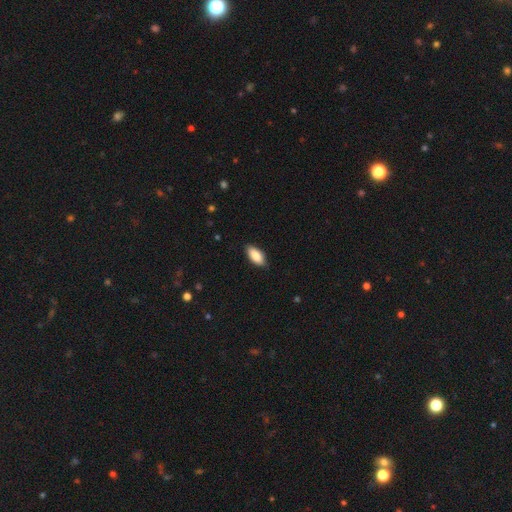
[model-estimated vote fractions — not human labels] Smooth or featured?
  - smooth: 88% *
  - featured or disk: 6%
  - star or artifact: 6%
How rounded?
  - in between: 88% *
  - cigar-shaped: 10%
  - round: 2%
Merging?
  - none: 86% *
  - minor disturbance: 11%
  - major disturbance: 2%
  - merger: 1%